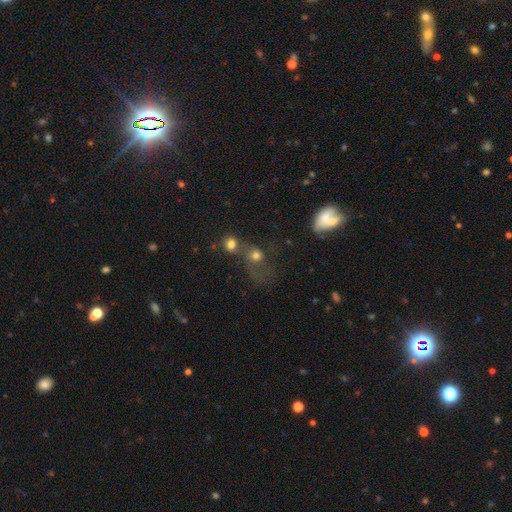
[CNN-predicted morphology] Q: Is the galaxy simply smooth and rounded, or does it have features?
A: smooth — 60%.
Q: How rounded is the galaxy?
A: round — 69%.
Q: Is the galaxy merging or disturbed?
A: merger — 50%.